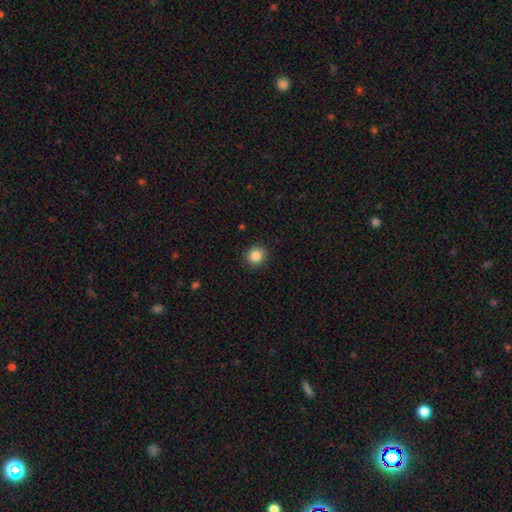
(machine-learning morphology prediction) This appears to be a smooth galaxy with no disk features (86%) that is round (88%). Merging: none (91%).